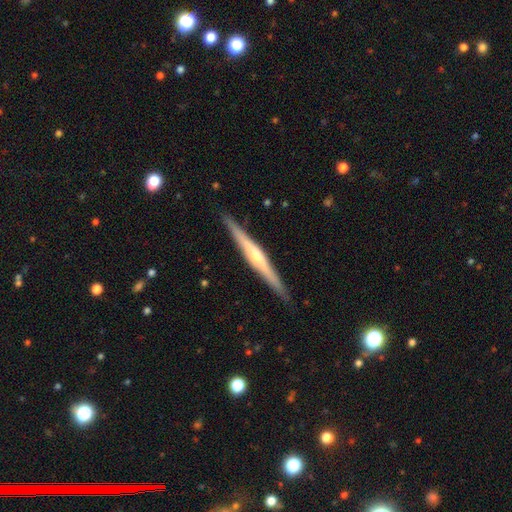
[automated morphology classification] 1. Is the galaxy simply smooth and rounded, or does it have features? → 78% featured or disk, 17% smooth, 5% star or artifact.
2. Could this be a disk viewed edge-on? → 98% yes, 2% no.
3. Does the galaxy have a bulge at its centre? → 80% rounded, 13% none, 7% boxy.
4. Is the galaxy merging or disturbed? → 91% none, 7% minor disturbance, 1% major disturbance, 1% merger.